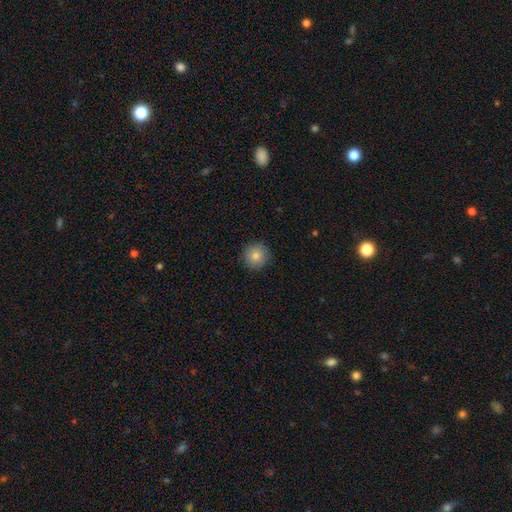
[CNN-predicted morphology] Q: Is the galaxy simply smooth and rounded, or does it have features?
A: smooth — 83%.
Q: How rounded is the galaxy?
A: round — 95%.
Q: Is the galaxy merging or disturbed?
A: none — 91%.